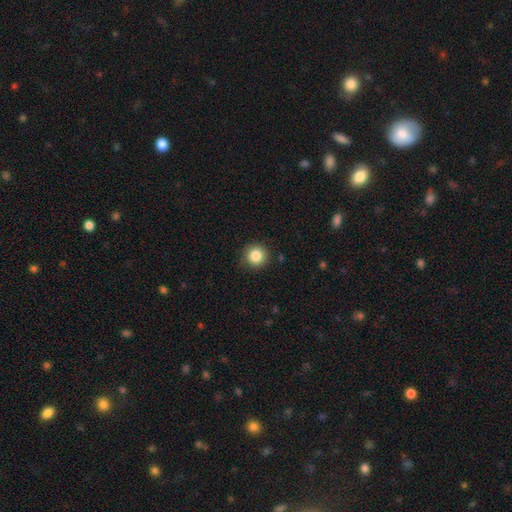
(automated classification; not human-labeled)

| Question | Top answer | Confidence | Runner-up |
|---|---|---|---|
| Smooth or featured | smooth | 85% | star or artifact (10%) |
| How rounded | round | 94% | in between (5%) |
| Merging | none | 88% | minor disturbance (8%) |